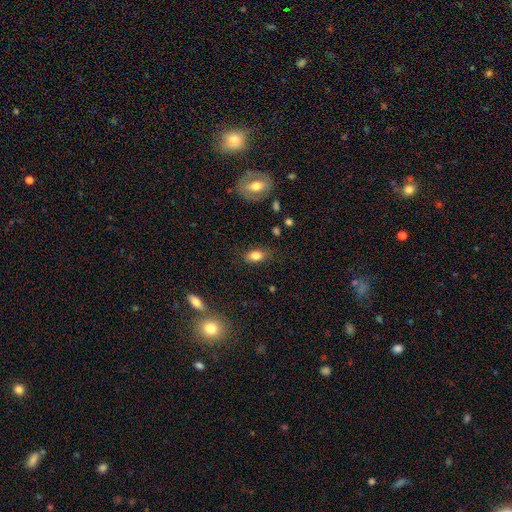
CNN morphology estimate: Smooth or featured? Predicted: smooth (p=0.82). How rounded? Predicted: in between (p=0.86). Merging? Predicted: none (p=0.81).